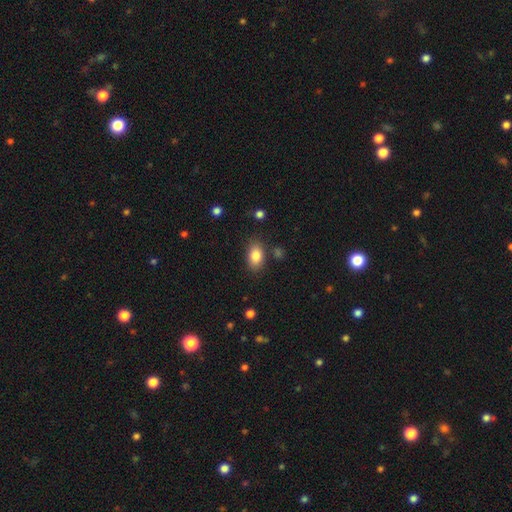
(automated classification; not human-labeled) Morphology: type=smooth (84%); roundness=in between (87%); merging=none (80%).